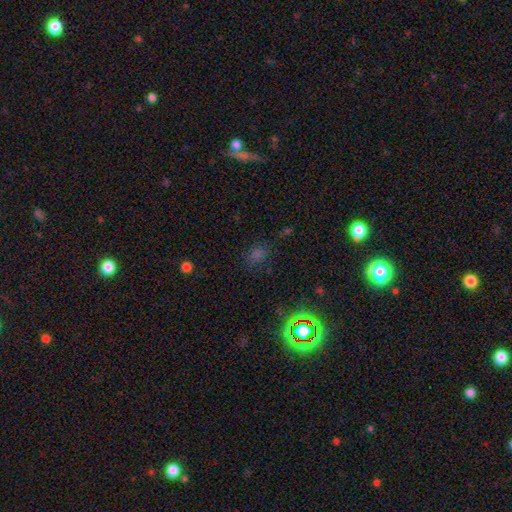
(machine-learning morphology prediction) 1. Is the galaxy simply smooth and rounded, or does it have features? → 46% star or artifact, 45% smooth, 9% featured or disk.